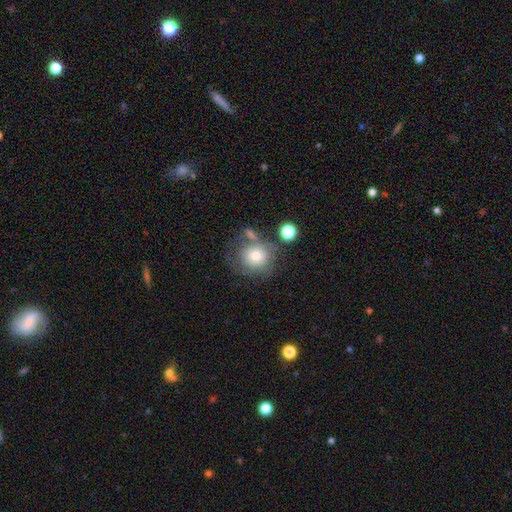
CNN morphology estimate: This is likely a smooth galaxy (65%). How rounded: clearly round (84%). Merging: possibly none (51%).